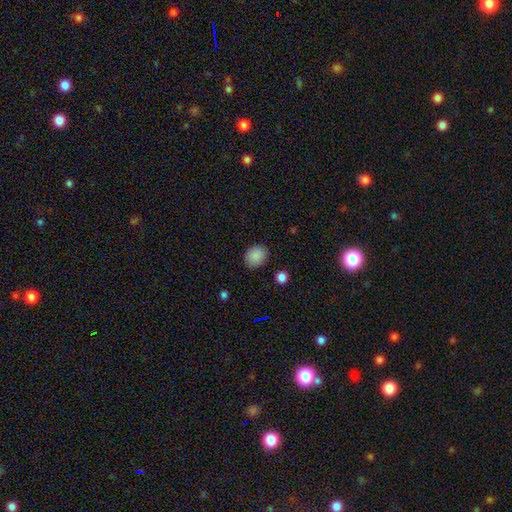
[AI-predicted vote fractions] Smooth or featured?
  - smooth: 88% *
  - star or artifact: 9%
  - featured or disk: 3%
How rounded?
  - round: 57% *
  - in between: 42%
  - cigar-shaped: 1%
Merging?
  - none: 87% *
  - minor disturbance: 9%
  - major disturbance: 2%
  - merger: 1%